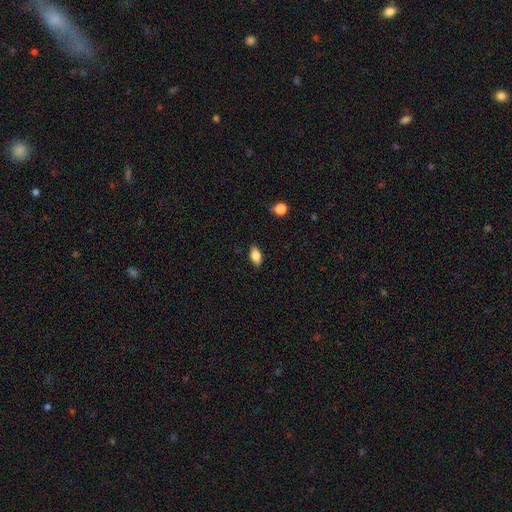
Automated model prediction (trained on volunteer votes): smooth 82%, featured or disk 10%, star or artifact 8%. Down the decision tree: how rounded — in between (89%); merging — none (86%).